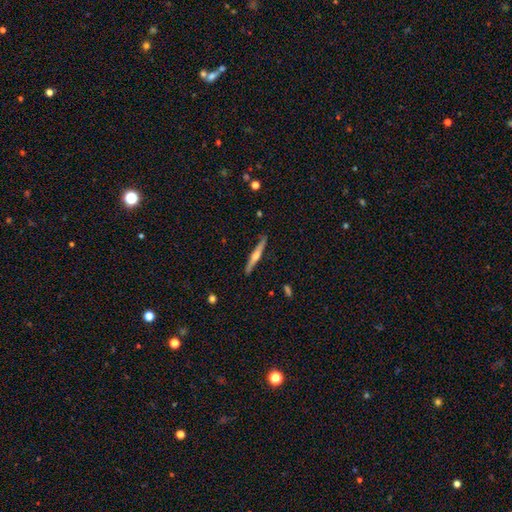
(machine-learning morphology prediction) This appears to be a featured or disk galaxy (65%) viewed edge-on (97%) with a rounded central bulge (85%). Merging: none (89%).